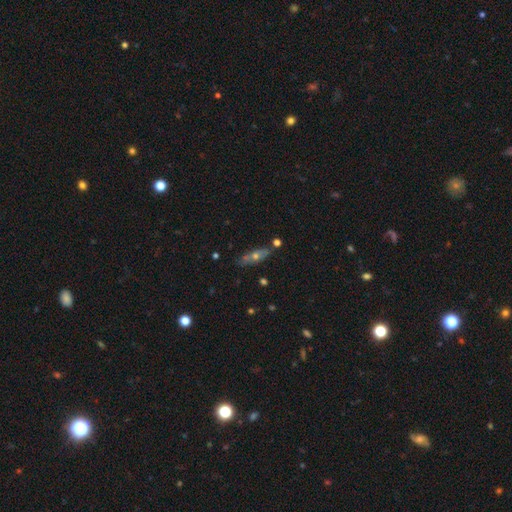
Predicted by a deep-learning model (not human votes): This appears to be a featured or disk galaxy (50%) viewed edge-on (59%). Merging: none (77%).